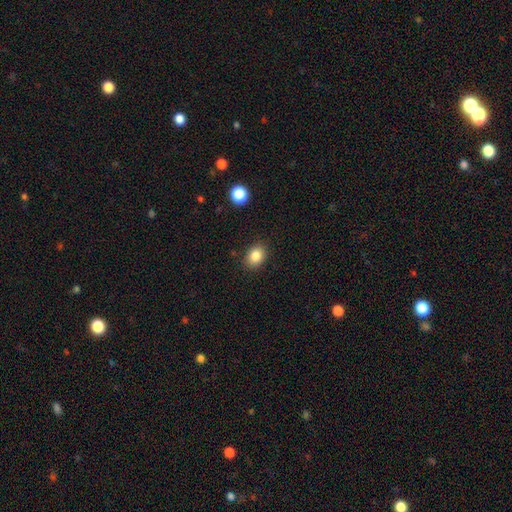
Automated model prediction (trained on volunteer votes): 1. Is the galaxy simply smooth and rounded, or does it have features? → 84% smooth, 10% star or artifact, 6% featured or disk.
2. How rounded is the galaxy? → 63% in between, 36% round, 1% cigar-shaped.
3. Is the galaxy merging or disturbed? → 87% none, 9% minor disturbance, 2% major disturbance, 1% merger.